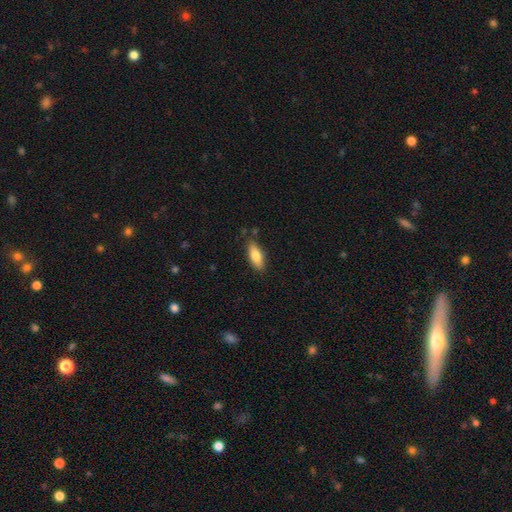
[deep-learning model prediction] Smooth or featured? smooth (78%)
How rounded? in between (73%)
Merging? none (83%)